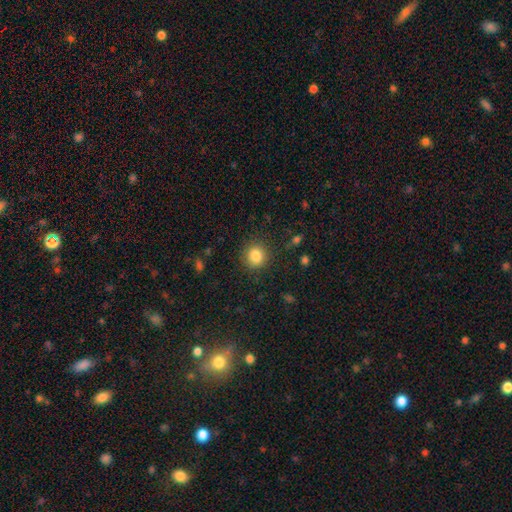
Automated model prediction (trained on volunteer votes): smooth 85%, star or artifact 10%, featured or disk 5%. Down the decision tree: how rounded — round (87%); merging — none (88%).